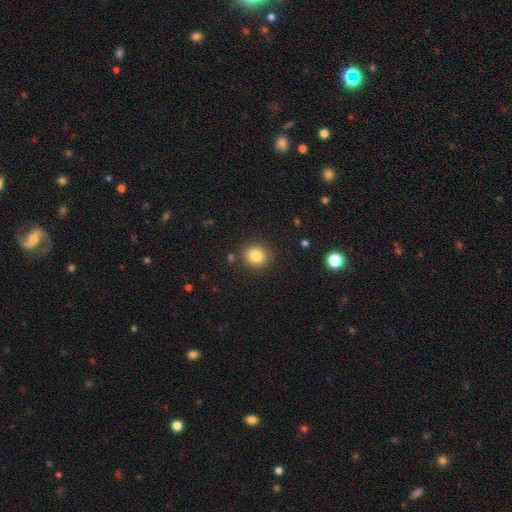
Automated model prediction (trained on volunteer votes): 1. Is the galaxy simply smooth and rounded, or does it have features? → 83% smooth, 11% star or artifact, 6% featured or disk.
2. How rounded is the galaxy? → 74% round, 25% in between, 1% cigar-shaped.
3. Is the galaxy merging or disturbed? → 87% none, 8% minor disturbance, 3% major disturbance, 2% merger.